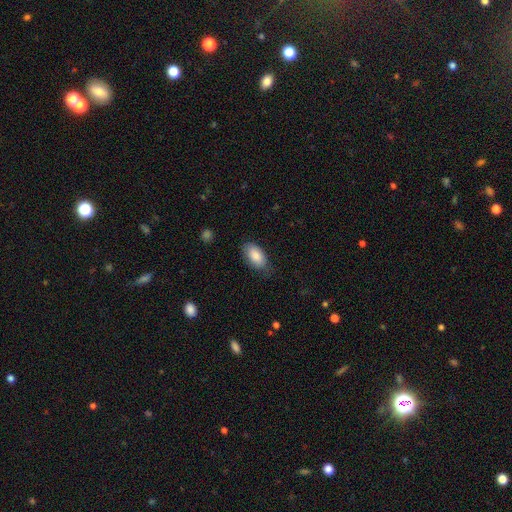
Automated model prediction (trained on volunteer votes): Overall: smooth (87%). How rounded: in between (94%). Merging: none (73%).